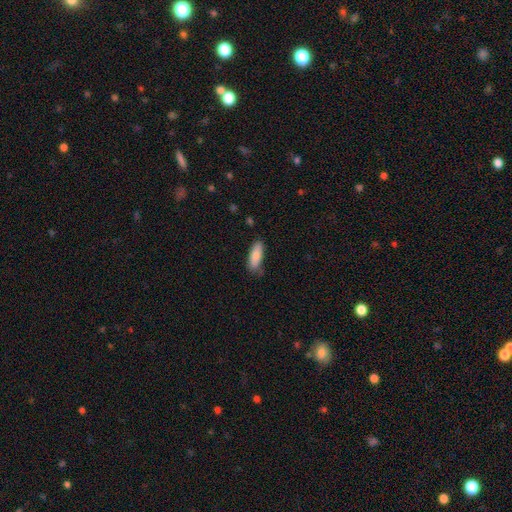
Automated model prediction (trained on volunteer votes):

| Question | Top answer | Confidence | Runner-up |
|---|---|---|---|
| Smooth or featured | smooth | 82% | featured or disk (12%) |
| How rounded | in between | 69% | cigar-shaped (29%) |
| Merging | none | 73% | minor disturbance (21%) |